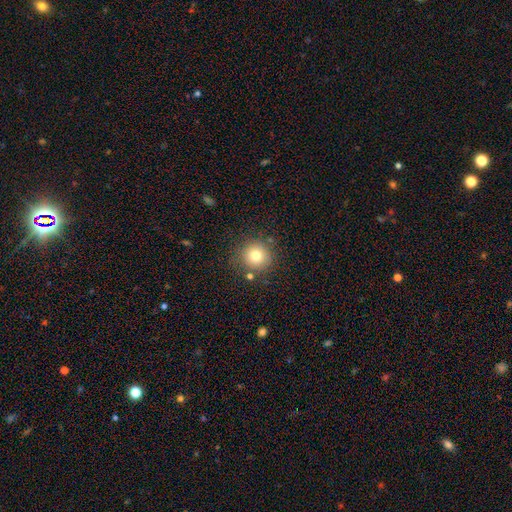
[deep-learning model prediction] A smooth galaxy with no disk features (77%) that is round (94%). Merging: none (83%).